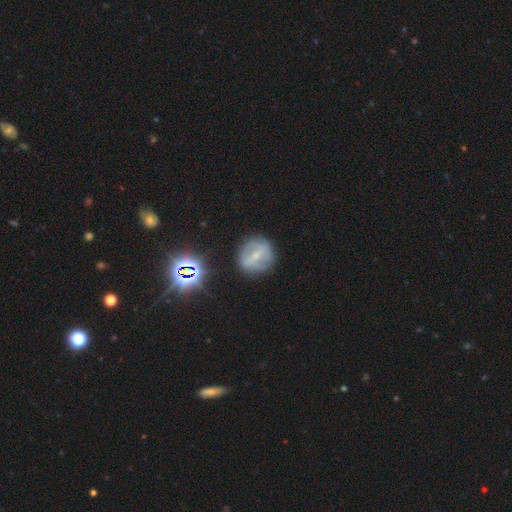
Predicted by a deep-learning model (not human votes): featured or disk 56%, smooth 31%, star or artifact 13%. Down the decision tree: edge-on disk — no (92%); bar — strong (52%); spiral arms — no (54%); bulge size — small (64%); merging — none (79%).